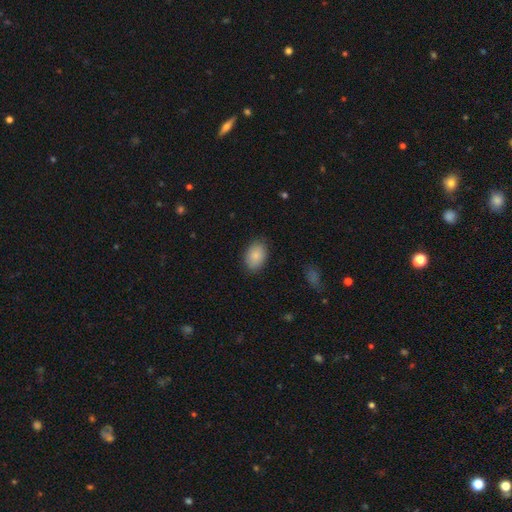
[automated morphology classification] The model was most divided on "how rounded": in between: 83%, round: 16%, cigar-shaped: 1%. More confident: smooth or featured — smooth (86%); merging — none (83%).